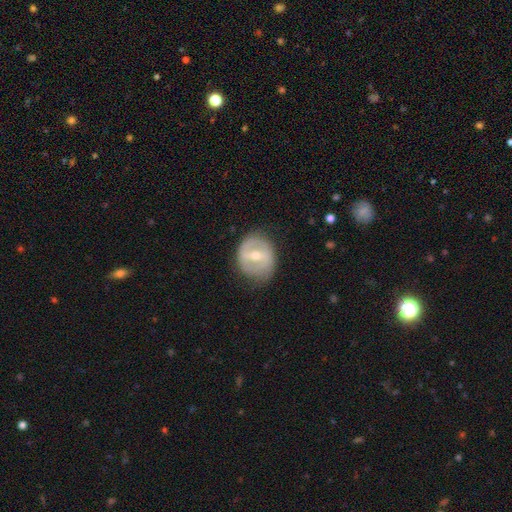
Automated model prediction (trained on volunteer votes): smooth-or-featured: featured or disk: 67% | smooth: 28% | star or artifact: 6%
  disk-edge-on: no: 96% | yes: 4%
    bar: strong: 46% | weak: 41% | no: 13%
    has-spiral-arms: yes: 51% | no: 49%
    bulge-size: moderate: 59% | small: 37% | large: 2% | none: 1% | dominant: 1%
  merging: none: 71% | minor disturbance: 21% | major disturbance: 8% | merger: 1%